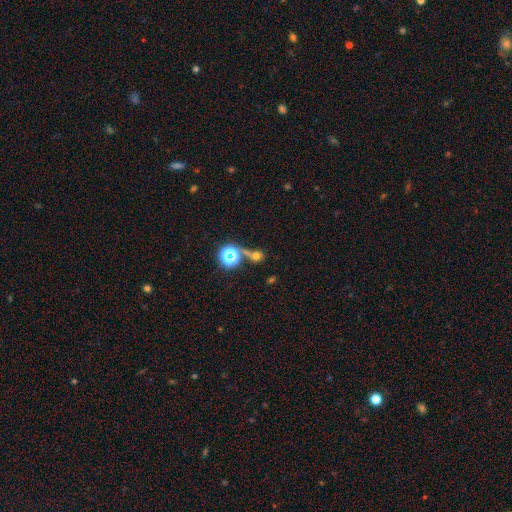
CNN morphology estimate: A smooth galaxy with no disk features (52%) that is round (83%).

Vote fractions:
- Smooth or featured? smooth: 52% / star or artifact: 36% / featured or disk: 12%
- How rounded? round: 83% / in between: 15% / cigar-shaped: 3%
- Merging? none: 57% / merger: 26% / minor disturbance: 10% / major disturbance: 8%